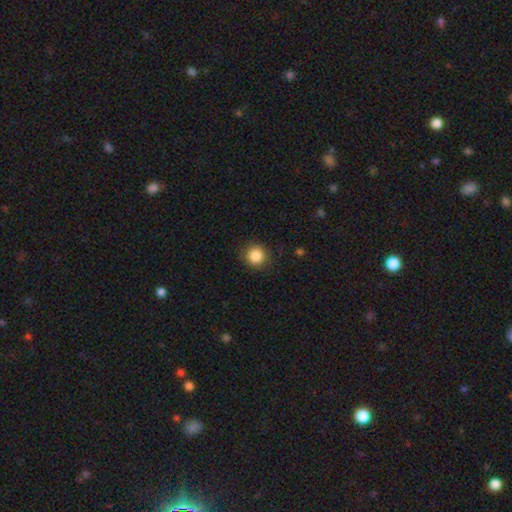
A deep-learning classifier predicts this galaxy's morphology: Smooth or featured: smooth — 87% (star or artifact — 10%)
How rounded: round — 91% (in between — 8%)
Merging: none — 86% (minor disturbance — 10%)